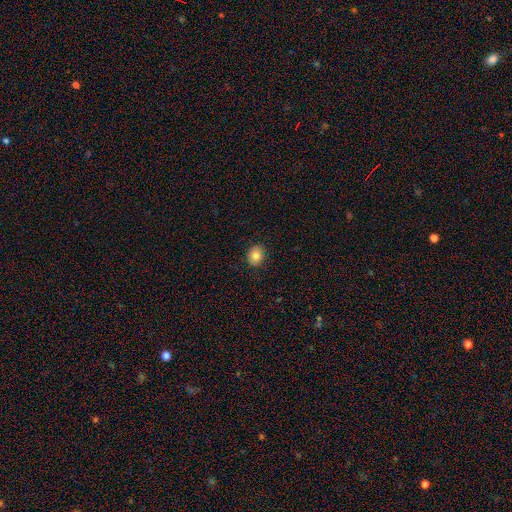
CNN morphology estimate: Overall: smooth (85%). How rounded: round (59%; in between 40%). Merging: none (88%).